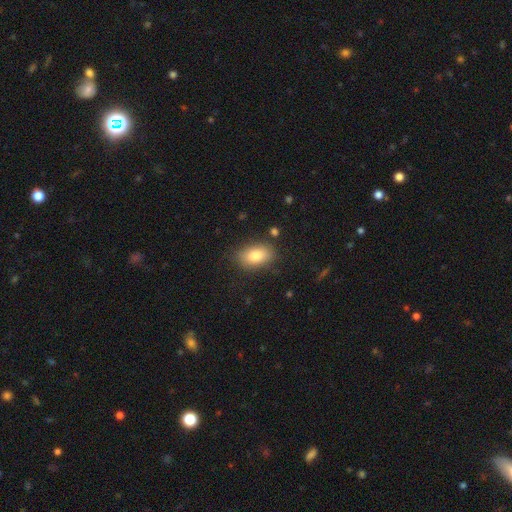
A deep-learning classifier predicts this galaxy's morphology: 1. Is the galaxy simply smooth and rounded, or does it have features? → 83% smooth, 9% featured or disk, 8% star or artifact.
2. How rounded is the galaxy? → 90% in between, 8% round, 2% cigar-shaped.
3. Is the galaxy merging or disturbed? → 81% none, 13% minor disturbance, 4% major disturbance, 2% merger.